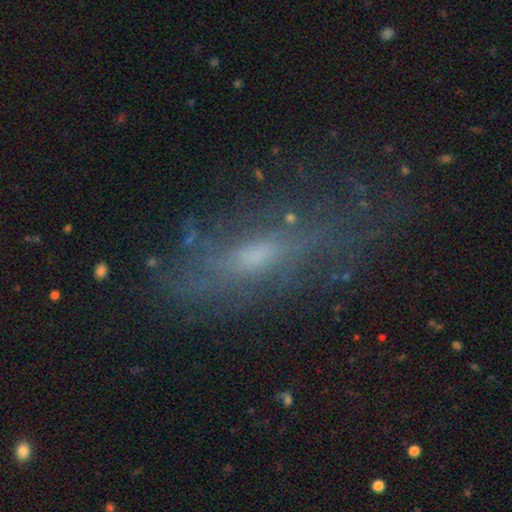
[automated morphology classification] This appears to be a featured or disk galaxy (54%). Merging: none (66%).